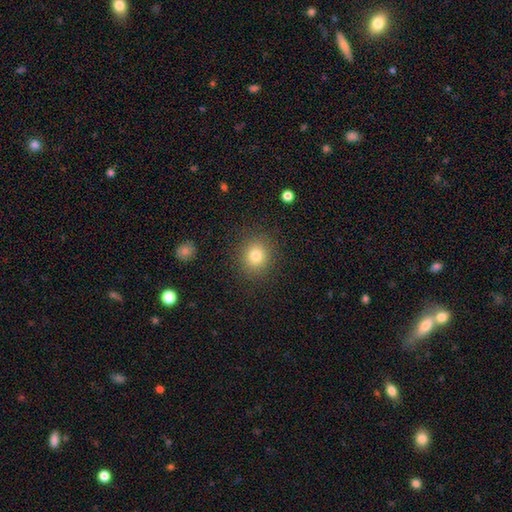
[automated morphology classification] Overall: smooth (80%). How rounded: round (83%). Merging: none (88%).